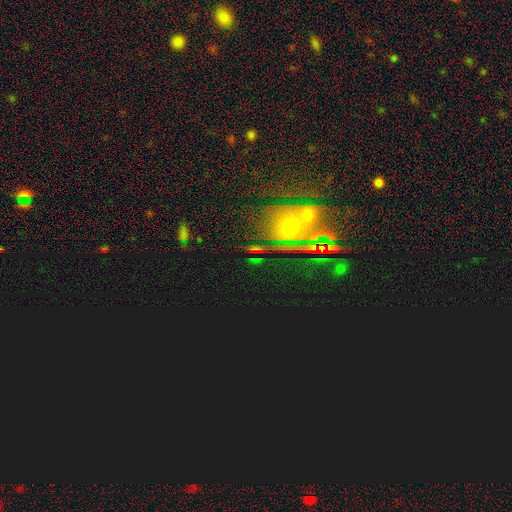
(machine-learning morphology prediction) This is possibly a star or artifact rather than a galaxy (56%).